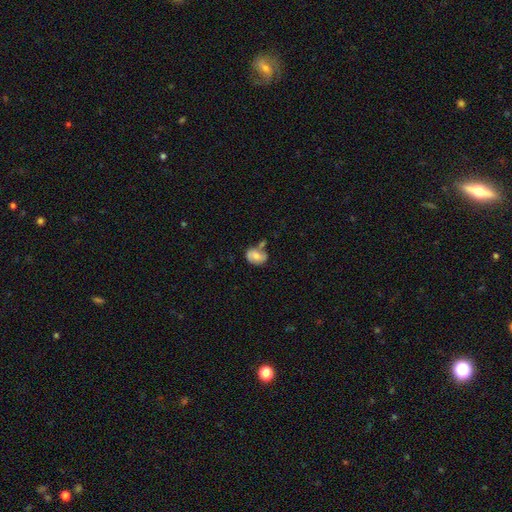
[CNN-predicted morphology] A smooth galaxy with no disk features (53%) that is in between round and cigar-shaped (72%). Merging: none (45%).